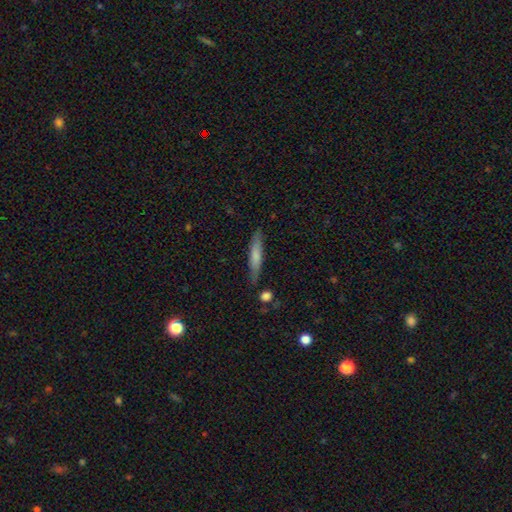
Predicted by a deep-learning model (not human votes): smooth_or_featured: smooth (p=0.67) [alt: featured or disk p=0.27]
how_rounded: cigar-shaped (p=0.89) [alt: in between p=0.10]
merging: none (p=0.80) [alt: minor disturbance p=0.14]